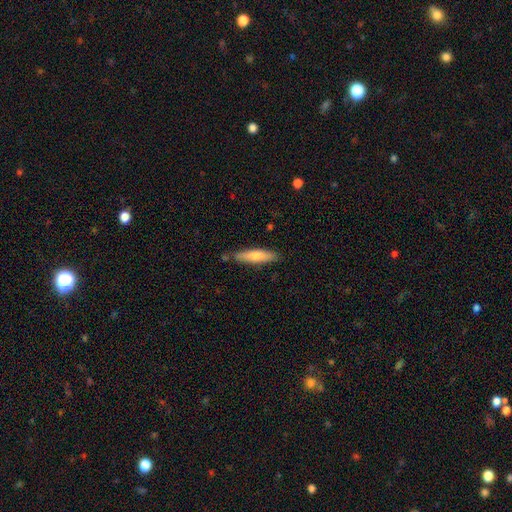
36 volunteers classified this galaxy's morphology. Overall: smooth (72%). How rounded: cigar-shaped (92%). Merging: none (78%).